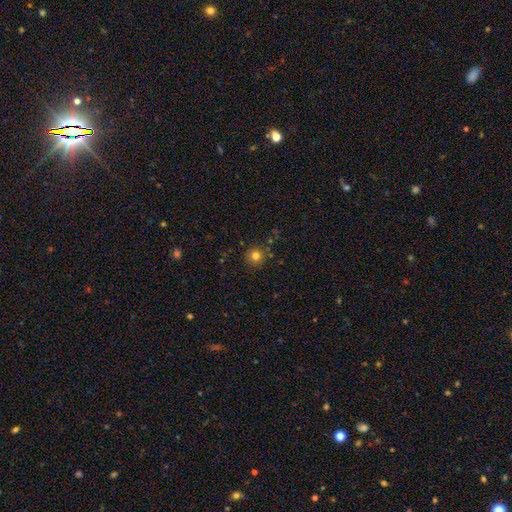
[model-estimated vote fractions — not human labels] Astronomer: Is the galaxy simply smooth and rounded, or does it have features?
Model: smooth — 79%.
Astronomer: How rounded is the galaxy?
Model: round — 93%.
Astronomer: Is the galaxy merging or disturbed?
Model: none — 86%.